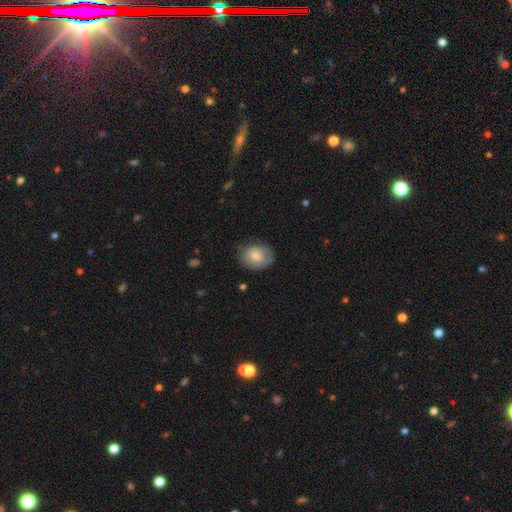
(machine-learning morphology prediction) Smooth or featured?
  - smooth: 73% *
  - featured or disk: 20%
  - star or artifact: 7%
How rounded?
  - in between: 59% *
  - round: 40%
  - cigar-shaped: 1%
Merging?
  - none: 71% *
  - minor disturbance: 22%
  - major disturbance: 6%
  - merger: 1%